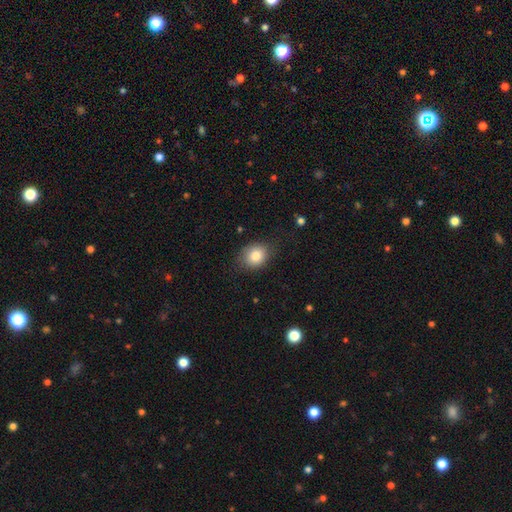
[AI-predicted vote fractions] Smooth or featured? smooth (83%)
How rounded? round (51%)
Merging? none (74%)